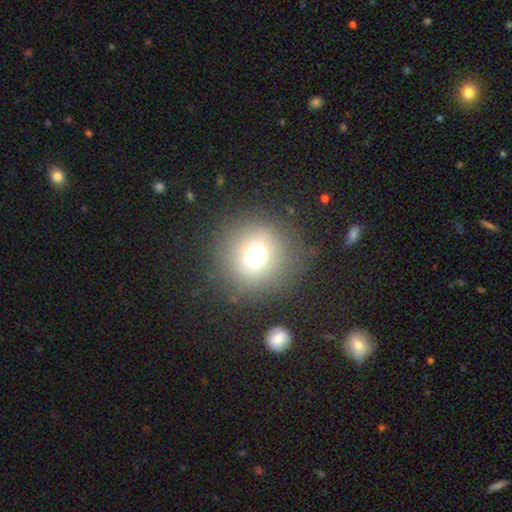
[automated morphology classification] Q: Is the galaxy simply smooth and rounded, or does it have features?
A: smooth — 66%.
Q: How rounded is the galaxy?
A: round — 92%.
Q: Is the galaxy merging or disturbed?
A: none — 84%.